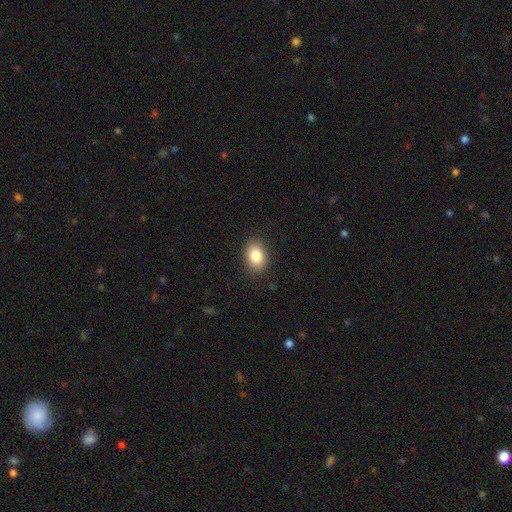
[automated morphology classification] Overall: smooth (83%). How rounded: in between (78%). Merging: none (87%).